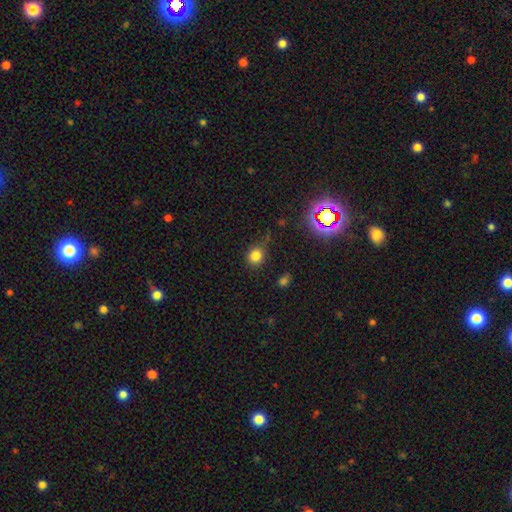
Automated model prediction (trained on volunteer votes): Q: Smooth or featured?
A: smooth (78%); runner-up: star or artifact (16%)
Q: How rounded?
A: round (83%); runner-up: in between (16%)
Q: Merging?
A: none (76%); runner-up: minor disturbance (16%)